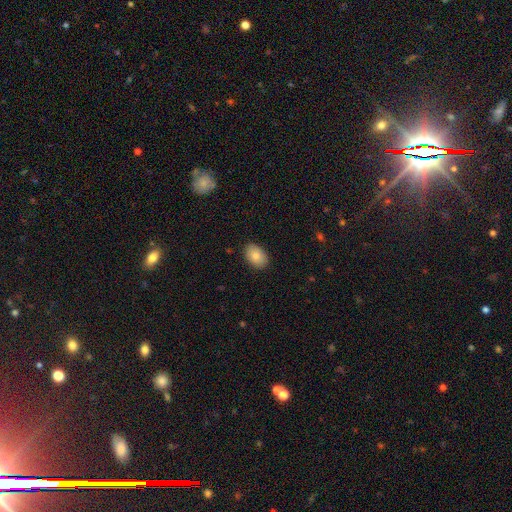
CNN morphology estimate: smooth_or_featured: smooth (p=0.84) [alt: featured or disk p=0.09]
how_rounded: in between (p=0.86) [alt: round p=0.13]
merging: none (p=0.87) [alt: minor disturbance p=0.10]